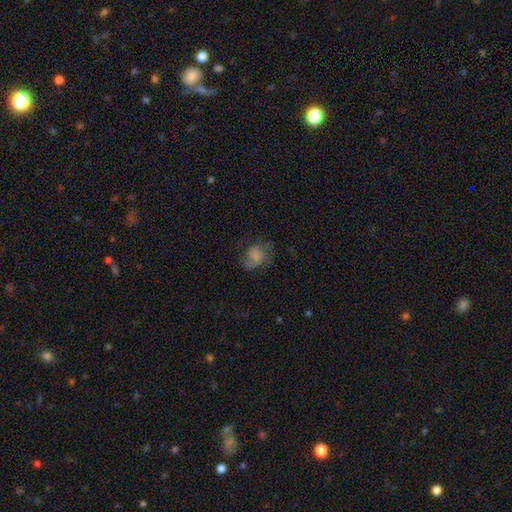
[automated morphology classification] This is likely a smooth galaxy (60%). How rounded: possibly in between (57%). Merging: possibly none (51%).